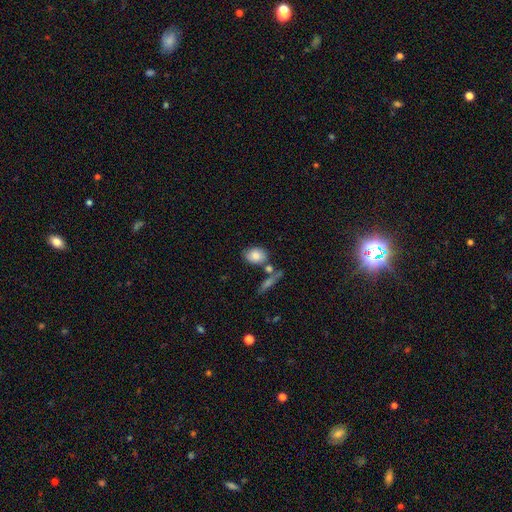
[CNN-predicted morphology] Smooth or featured? Predicted: smooth (p=0.82). How rounded? Predicted: in between (p=0.72). Merging? Predicted: none (p=0.63).